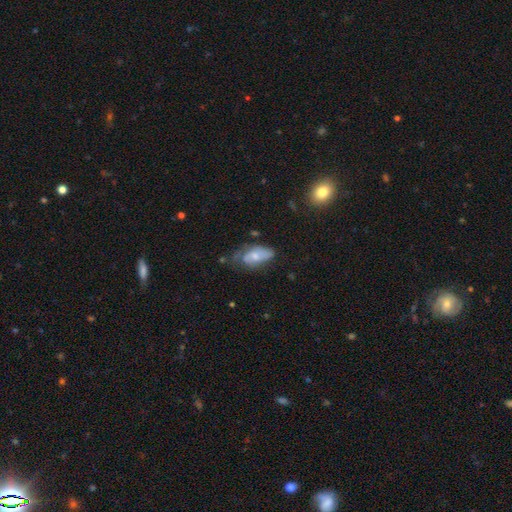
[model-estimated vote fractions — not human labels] This appears to be a smooth galaxy with no disk features (52%) that is in between round and cigar-shaped (90%). Merging: none (38%).